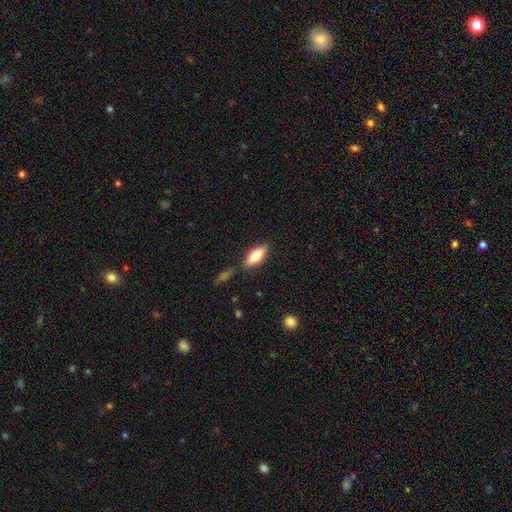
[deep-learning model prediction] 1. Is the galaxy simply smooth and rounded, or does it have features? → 70% smooth, 23% featured or disk, 7% star or artifact.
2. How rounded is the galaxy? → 69% in between, 29% cigar-shaped, 2% round.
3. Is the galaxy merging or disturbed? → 78% none, 13% minor disturbance, 6% merger, 3% major disturbance.